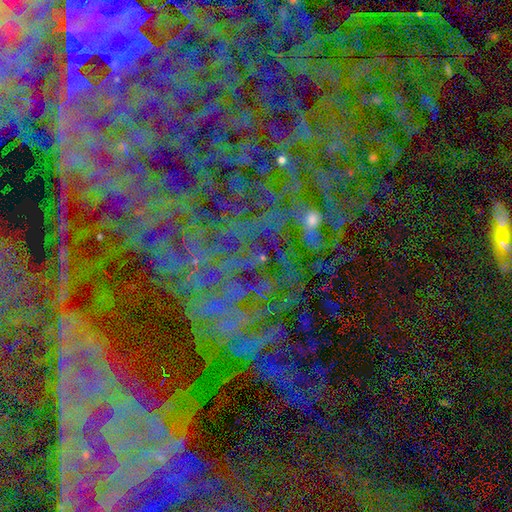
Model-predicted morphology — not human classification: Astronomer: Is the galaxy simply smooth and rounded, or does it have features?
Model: star or artifact — 86%.